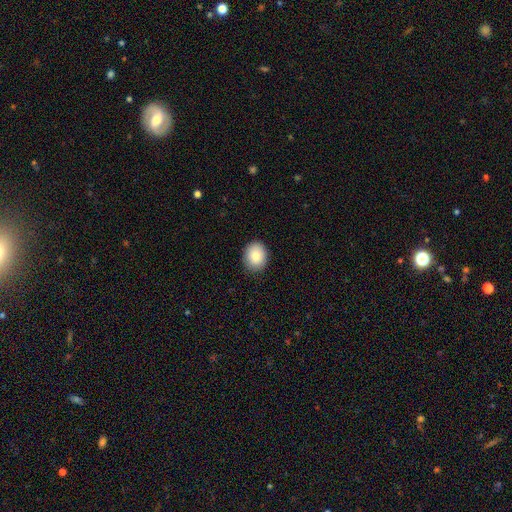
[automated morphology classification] Smooth or featured? smooth (84%)
How rounded? round (60%)
Merging? none (88%)